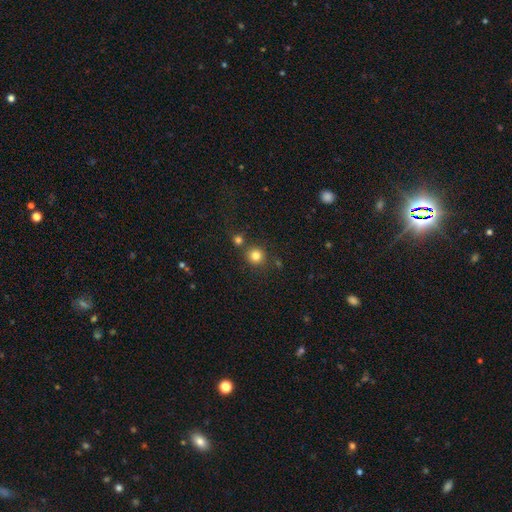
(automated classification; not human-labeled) smooth 81%, star or artifact 13%, featured or disk 6%. Down the decision tree: how rounded — round (92%); merging — none (76%).